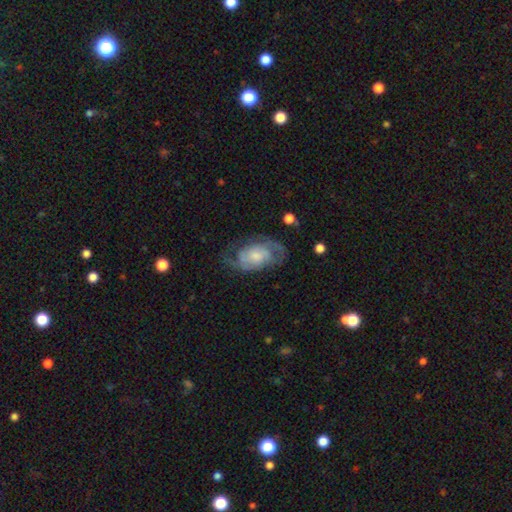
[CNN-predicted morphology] type=featured or disk (70%); edge-on=no (96%); bar=no (68%); spiral arms=yes (84%); winding=medium (44%); arm count=2 (63%); bulge=small (41%); merging=none (56%).